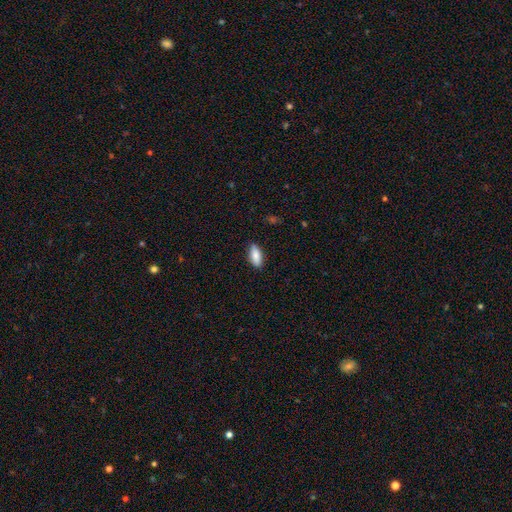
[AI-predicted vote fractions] Smooth or featured?
  - smooth: 85% *
  - featured or disk: 8%
  - star or artifact: 6%
How rounded?
  - in between: 82% *
  - cigar-shaped: 15%
  - round: 2%
Merging?
  - none: 87% *
  - minor disturbance: 10%
  - major disturbance: 2%
  - merger: 1%